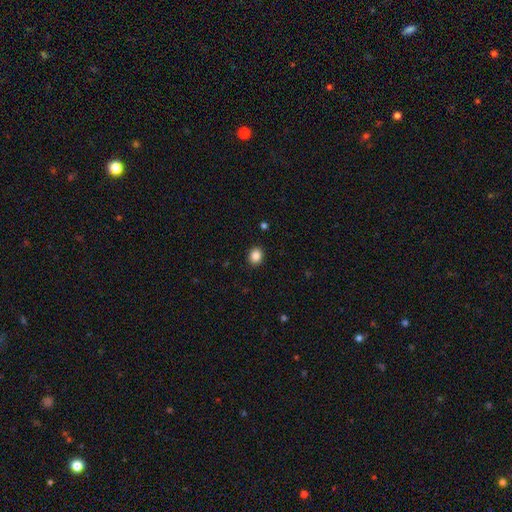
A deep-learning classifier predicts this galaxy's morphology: smooth-or-featured: smooth: 87% | star or artifact: 10% | featured or disk: 3%
  how-rounded: round: 60% | in between: 39% | cigar-shaped: 1%
  merging: none: 91% | minor disturbance: 6% | major disturbance: 2% | merger: 1%